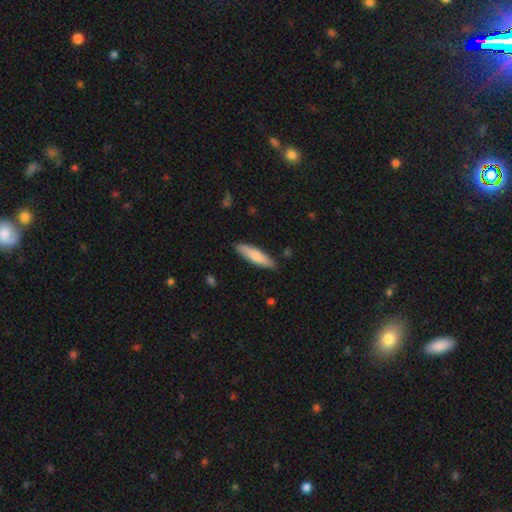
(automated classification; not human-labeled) Smooth or featured?
  - smooth: 81% *
  - featured or disk: 13%
  - star or artifact: 5%
How rounded?
  - cigar-shaped: 72% *
  - in between: 27%
  - round: 1%
Merging?
  - none: 87% *
  - minor disturbance: 10%
  - major disturbance: 2%
  - merger: 1%